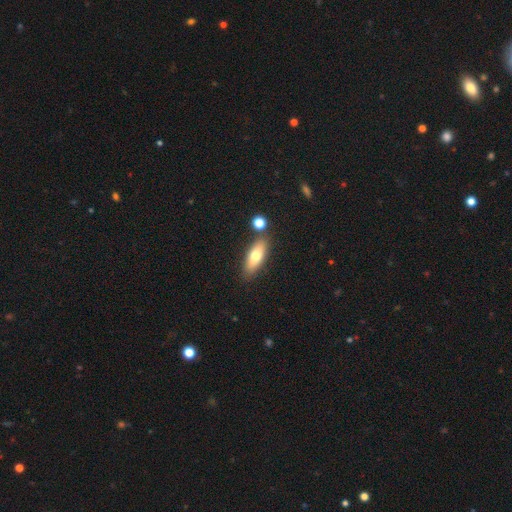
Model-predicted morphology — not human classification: Q: Smooth or featured?
A: smooth (70%); runner-up: featured or disk (23%)
Q: How rounded?
A: in between (65%); runner-up: cigar-shaped (32%)
Q: Merging?
A: none (79%); runner-up: minor disturbance (10%)